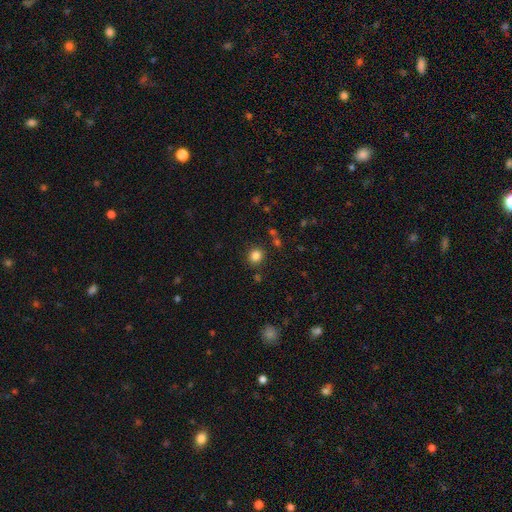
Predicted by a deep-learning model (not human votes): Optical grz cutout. It shows a smooth galaxy with no disk features (83%) that is round (84%). Merging: none (86%).